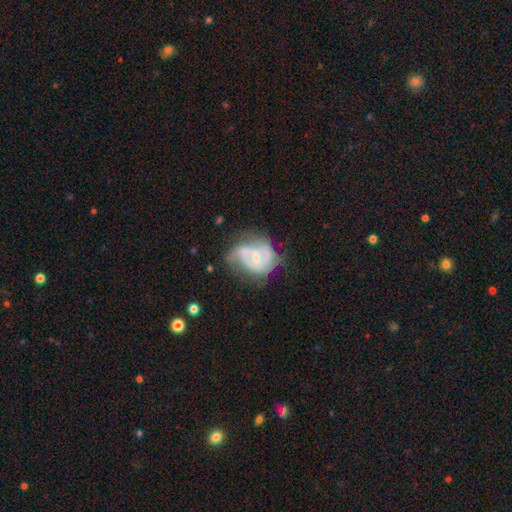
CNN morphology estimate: Smooth or featured?
  - featured or disk: 72% *
  - smooth: 21%
  - star or artifact: 7%
Edge-on disk?
  - no: 98% *
  - yes: 2%
Bar?
  - no: 49% *
  - weak: 40%
  - strong: 10%
Spiral arms?
  - yes: 76% *
  - no: 24%
Spiral winding?
  - medium: 41% *
  - tight: 40%
  - loose: 20%
Spiral arm count?
  - 2: 41% *
  - can't tell: 30%
  - 3: 13%
  - 1: 11%
  - 4: 3%
  - more than 4: 2%
Bulge size?
  - small: 57% *
  - moderate: 35%
  - none: 5%
  - large: 2%
  - dominant: 1%
Merging?
  - none: 37% *
  - minor disturbance: 29%
  - major disturbance: 25%
  - merger: 10%